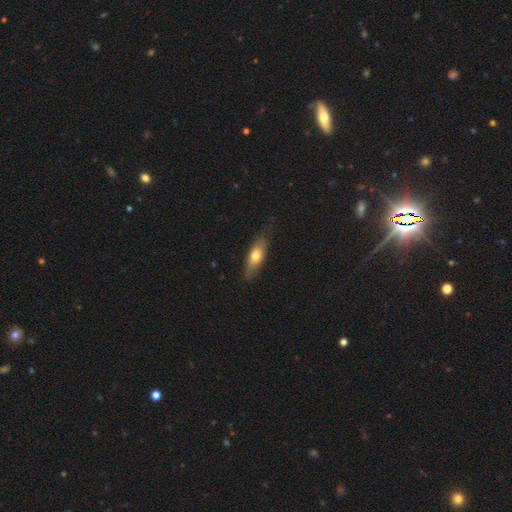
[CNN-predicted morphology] Smooth or featured: smooth — 64% (featured or disk — 29%)
How rounded: in between — 60% (cigar-shaped — 36%)
Merging: none — 78% (minor disturbance — 18%)